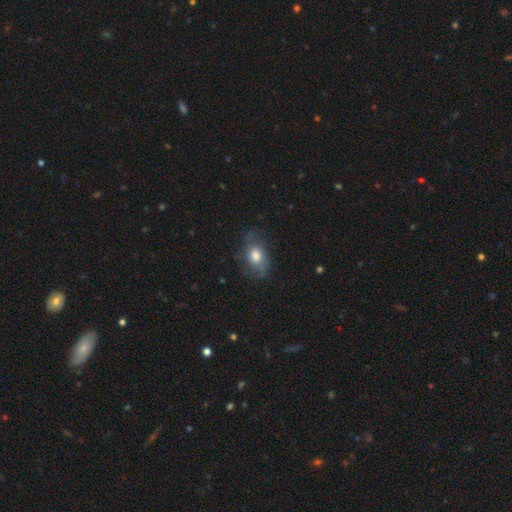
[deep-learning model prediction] The model was most divided on "smooth or featured": smooth: 61%, featured or disk: 30%, star or artifact: 9%. More confident: how rounded — in between (72%); merging — none (59%).